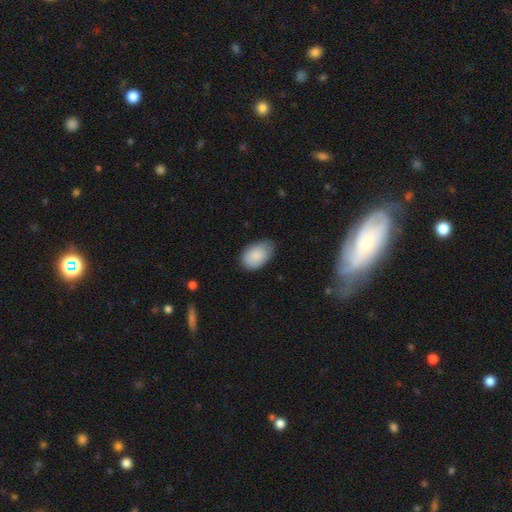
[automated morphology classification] This is clearly a smooth galaxy (87%). How rounded: clearly in between (89%). Merging: likely none (68%).